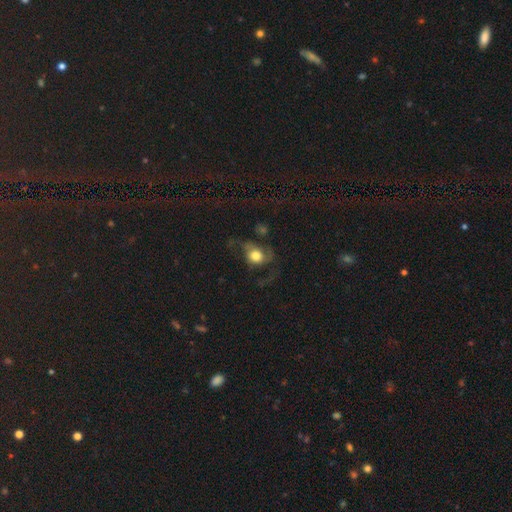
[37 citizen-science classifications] This appears to be a smooth galaxy with no disk features (62%) that is round (70%). Merging: major disturbance (58%).